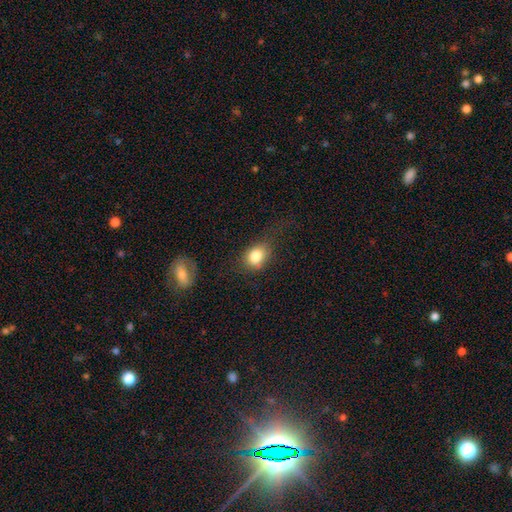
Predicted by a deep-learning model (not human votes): smooth_or_featured: smooth (p=0.82) [alt: star or artifact p=0.09]
how_rounded: in between (p=0.57) [alt: round p=0.41]
merging: none (p=0.57) [alt: minor disturbance p=0.24]